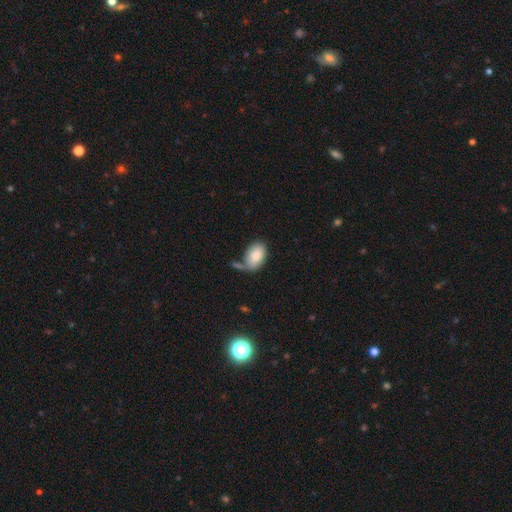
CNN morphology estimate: smooth_or_featured: smooth (p=0.81) [alt: featured or disk p=0.13]
how_rounded: in between (p=0.90) [alt: round p=0.09]
merging: none (p=0.50) [alt: minor disturbance p=0.22]